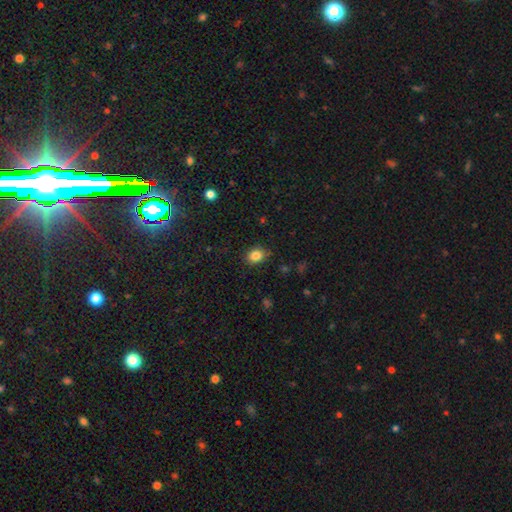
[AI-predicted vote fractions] The model was most divided on "how rounded": in between: 52%, round: 47%, cigar-shaped: 1%. More confident: smooth or featured — smooth (84%); merging — none (84%).